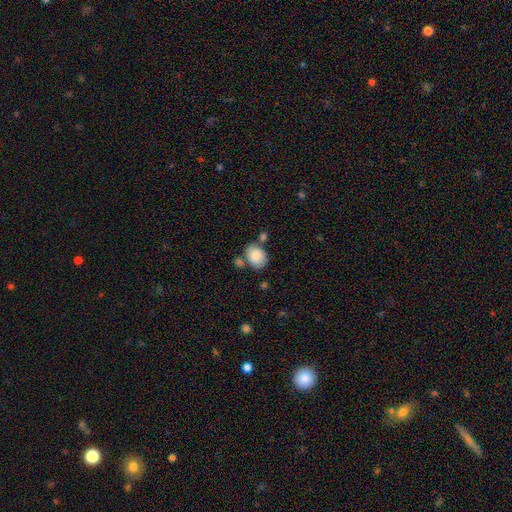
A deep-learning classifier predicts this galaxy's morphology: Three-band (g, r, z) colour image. It shows a smooth galaxy with no disk features (84%) that is in between round and cigar-shaped (60%). Merging: none (62%).